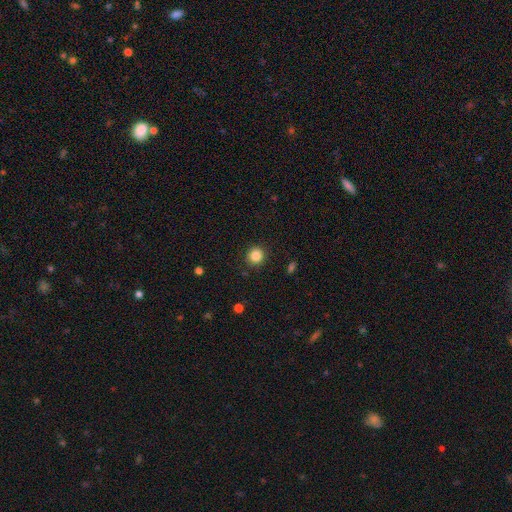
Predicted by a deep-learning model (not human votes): smooth_or_featured: smooth (p=0.86) [alt: star or artifact p=0.10]
how_rounded: round (p=0.92) [alt: in between p=0.07]
merging: none (p=0.90) [alt: minor disturbance p=0.06]